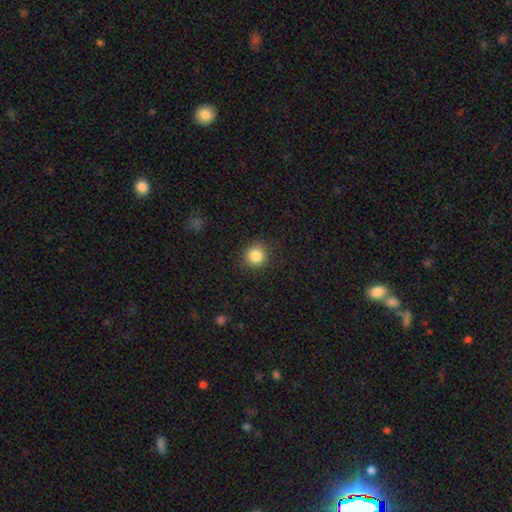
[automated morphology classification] smooth_or_featured: smooth (p=0.85) [alt: star or artifact p=0.10]
how_rounded: round (p=0.89) [alt: in between p=0.10]
merging: none (p=0.87) [alt: minor disturbance p=0.09]